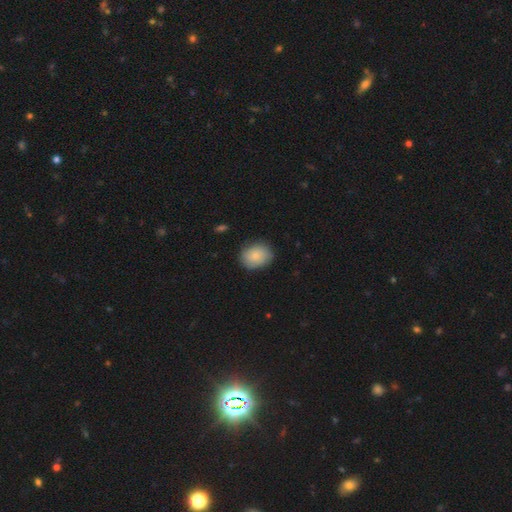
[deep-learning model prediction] Smooth or featured? Predicted: smooth (p=0.75). How rounded? Predicted: round (p=0.52). Merging? Predicted: none (p=0.79).